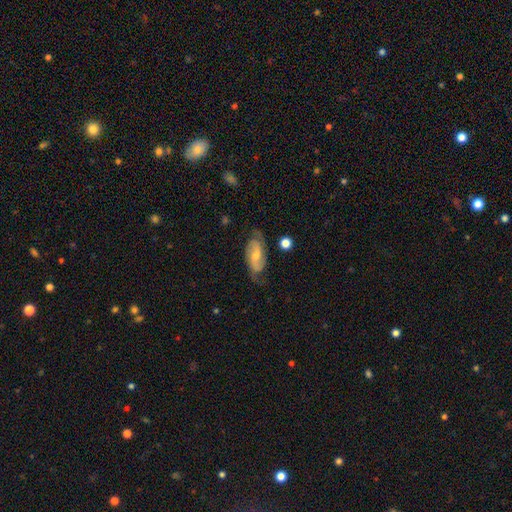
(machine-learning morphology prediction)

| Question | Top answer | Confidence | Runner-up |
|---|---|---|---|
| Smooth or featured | featured or disk | 71% | smooth (23%) |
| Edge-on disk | no | 93% | yes (7%) |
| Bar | weak | 44% | no (41%) |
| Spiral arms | yes | 93% | no (7%) |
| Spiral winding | medium | 46% | tight (29%) |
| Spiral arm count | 2 | 80% | can't tell (11%) |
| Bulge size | small | 46% | moderate (45%) |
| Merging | none | 67% | minor disturbance (22%) |